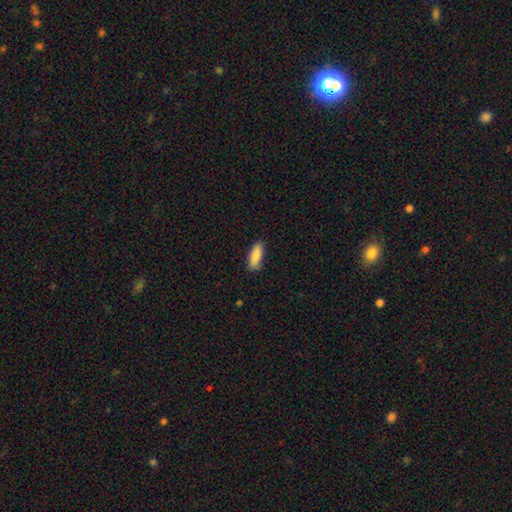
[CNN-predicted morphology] Overall: smooth (88%). How rounded: in between (69%; cigar-shaped 29%). Merging: none (81%).